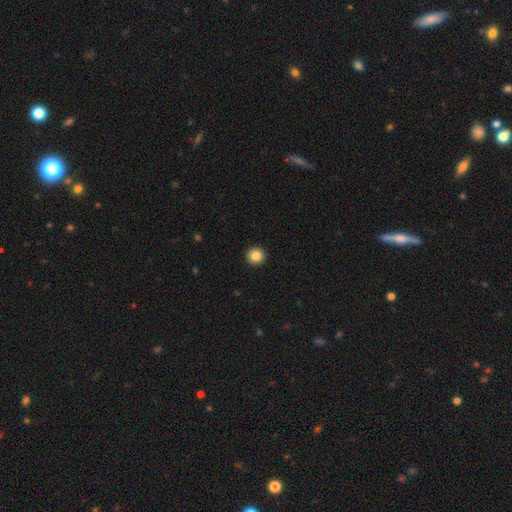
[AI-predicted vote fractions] A smooth galaxy with no disk features (86%) that is round (96%). Merging: none (94%).